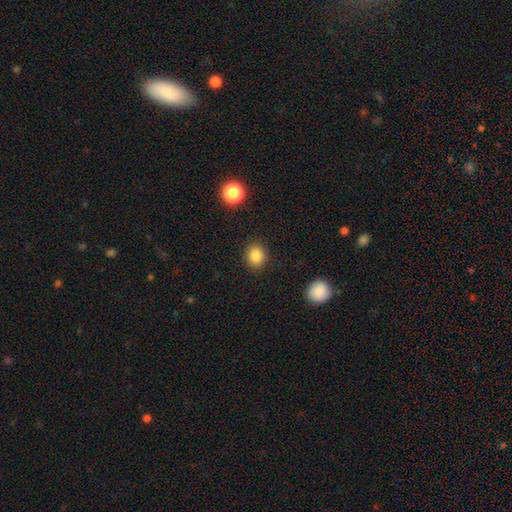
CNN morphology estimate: A smooth galaxy with no disk features (86%) that is round (74%). Merging: none (88%).